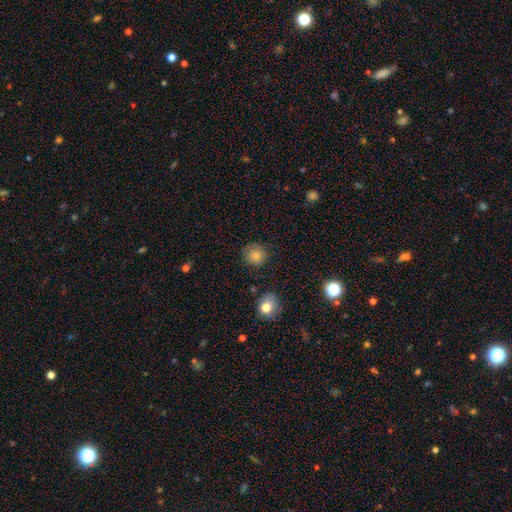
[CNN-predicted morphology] smooth 80%, star or artifact 11%, featured or disk 9%. Down the decision tree: how rounded — round (87%); merging — none (79%).